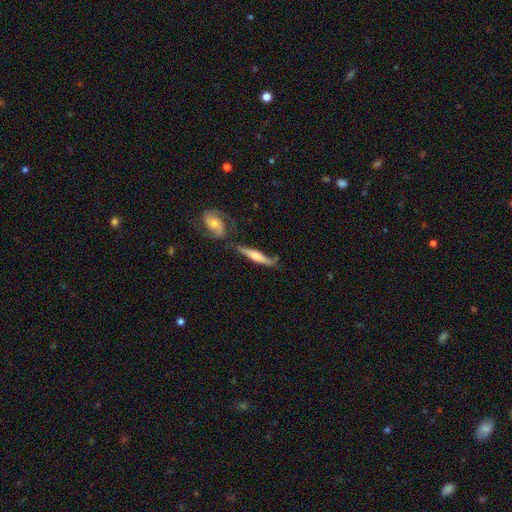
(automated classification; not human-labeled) Smooth or featured?
  - featured or disk: 63% *
  - smooth: 32%
  - star or artifact: 5%
Edge-on disk?
  - yes: 84% *
  - no: 16%
Edge-on bulge?
  - rounded: 80% *
  - none: 10%
  - boxy: 10%
Merging?
  - none: 58% *
  - minor disturbance: 19%
  - merger: 16%
  - major disturbance: 7%